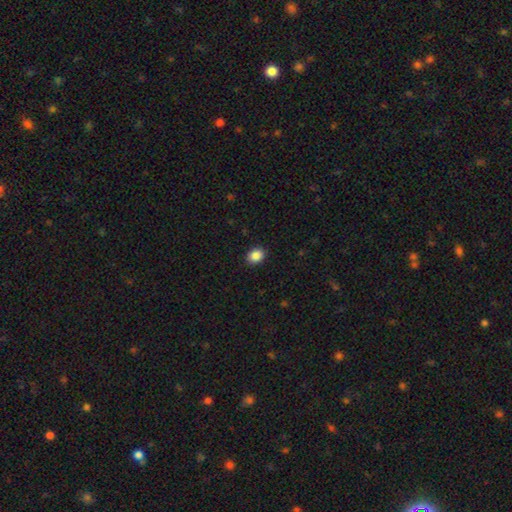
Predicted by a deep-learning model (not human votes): Morphology: type=smooth (88%); roundness=round (51%); merging=none (90%).